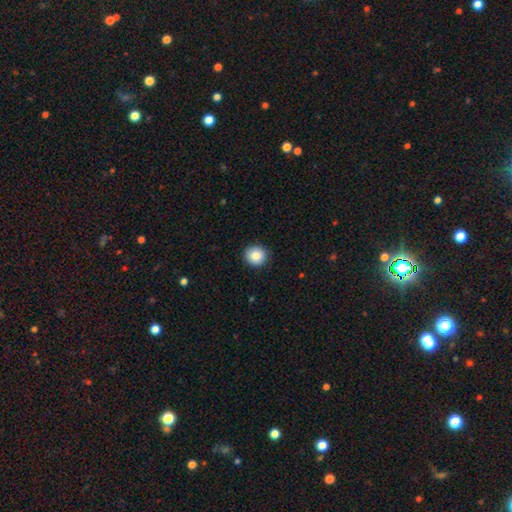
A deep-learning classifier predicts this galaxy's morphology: Smooth or featured?
  - smooth: 86% *
  - star or artifact: 8%
  - featured or disk: 6%
How rounded?
  - round: 91% *
  - in between: 8%
  - cigar-shaped: 1%
Merging?
  - none: 90% *
  - minor disturbance: 7%
  - major disturbance: 2%
  - merger: 1%